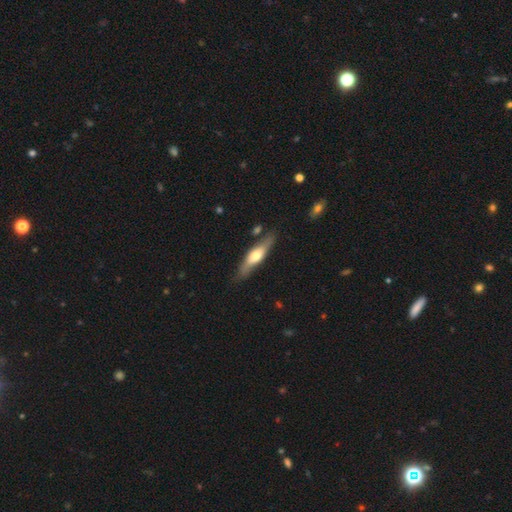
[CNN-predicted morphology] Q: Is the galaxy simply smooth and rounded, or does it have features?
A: featured or disk — 50%.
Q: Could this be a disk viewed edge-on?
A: yes — 83%.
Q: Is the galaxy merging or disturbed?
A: none — 78%.